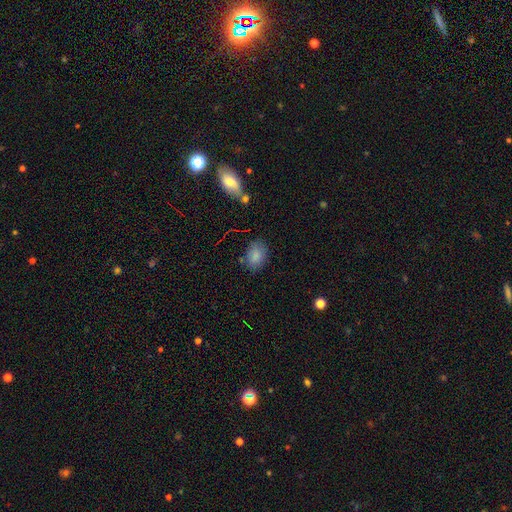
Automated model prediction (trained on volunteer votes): A smooth galaxy with no disk features (83%) that is in between round and cigar-shaped (81%).

Vote fractions:
- Smooth or featured? smooth: 83% / star or artifact: 9% / featured or disk: 8%
- How rounded? in between: 81% / round: 18% / cigar-shaped: 1%
- Merging? none: 74% / minor disturbance: 18% / major disturbance: 5% / merger: 4%